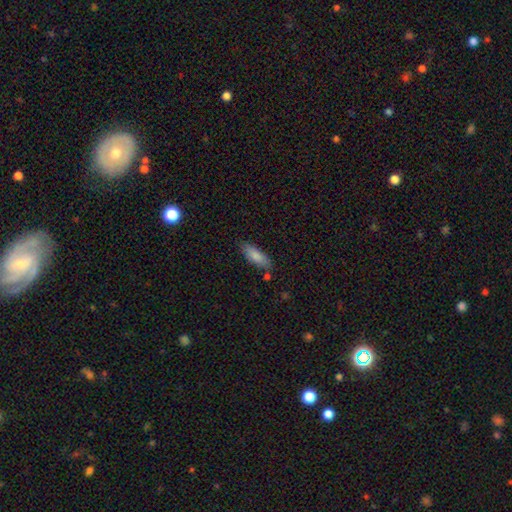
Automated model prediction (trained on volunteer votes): This appears to be a smooth galaxy with no disk features (84%) that is in between round and cigar-shaped (62%). Merging: none (77%).